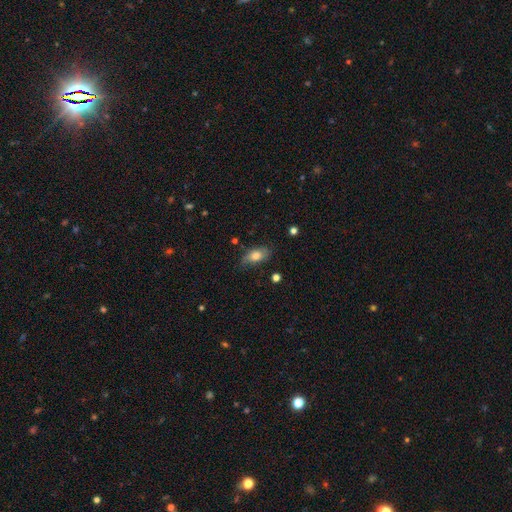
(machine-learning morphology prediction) Smooth or featured? smooth (74%)
How rounded? in between (86%)
Merging? none (71%)